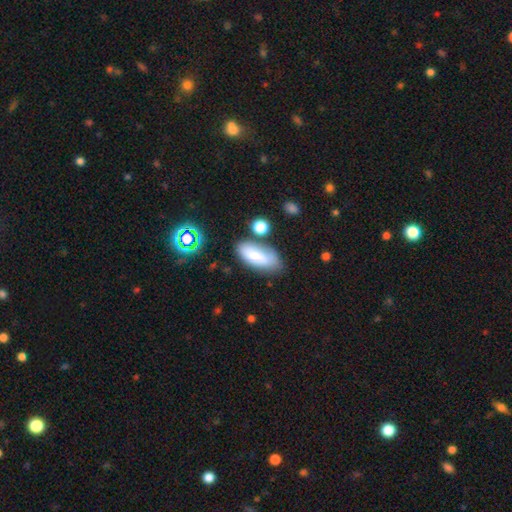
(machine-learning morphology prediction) This is likely a smooth galaxy (76%). How rounded: clearly in between (82%). Merging: likely none (62%).